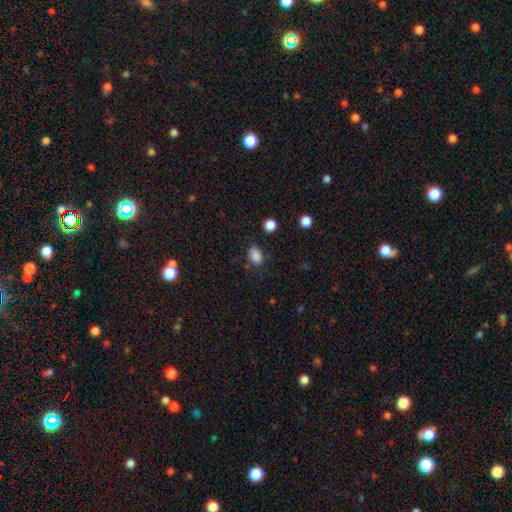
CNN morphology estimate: Smooth or featured? smooth (86%)
How rounded? in between (81%)
Merging? none (76%)